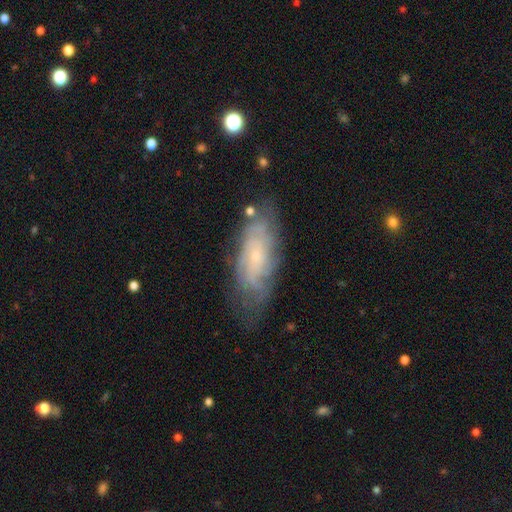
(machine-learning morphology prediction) Smooth or featured? Predicted: featured or disk (p=0.68). Edge-on disk? Predicted: no (p=0.89). Bar? Predicted: no (p=0.73). Spiral arms? Predicted: yes (p=0.86). Spiral winding? Predicted: tight (p=0.57). Spiral arm count? Predicted: can't tell (p=0.56). Bulge size? Predicted: small (p=0.76). Merging? Predicted: none (p=0.65).